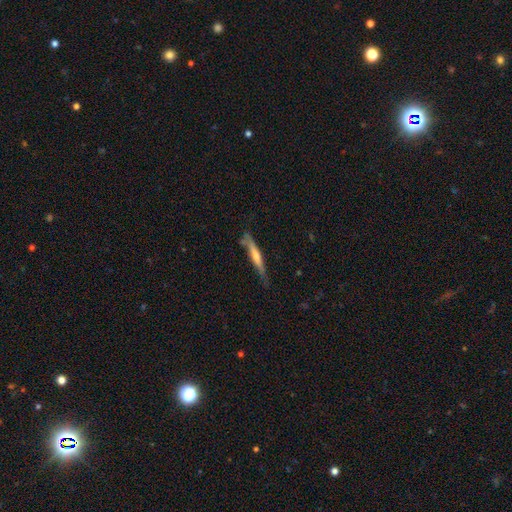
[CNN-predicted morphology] This appears to be a featured or disk galaxy (53%) viewed edge-on (93%). Merging: none (68%).